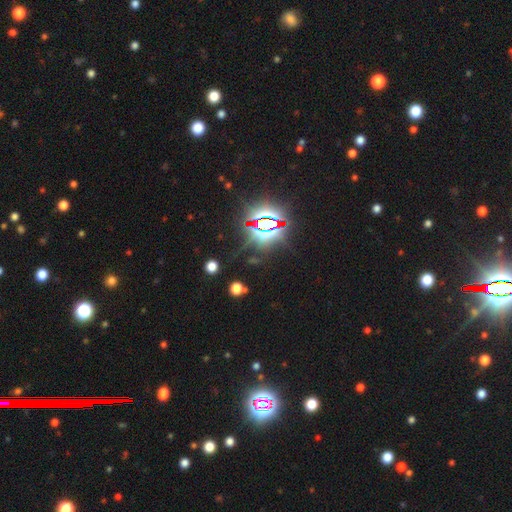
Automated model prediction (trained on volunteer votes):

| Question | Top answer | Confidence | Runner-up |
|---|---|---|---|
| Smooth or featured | star or artifact | 83% | smooth (10%) |